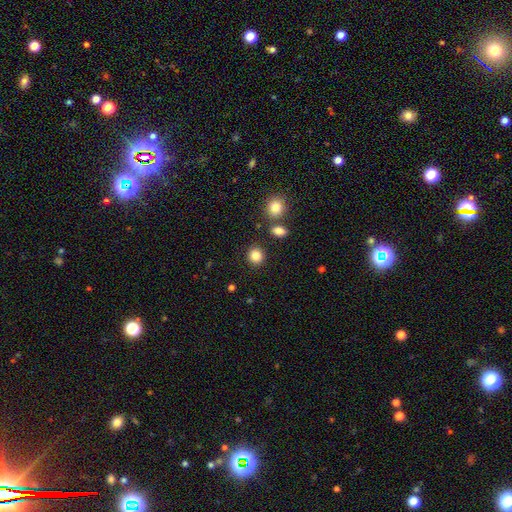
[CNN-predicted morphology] This is clearly a smooth galaxy (85%). How rounded: clearly round (85%). Merging: clearly none (86%).